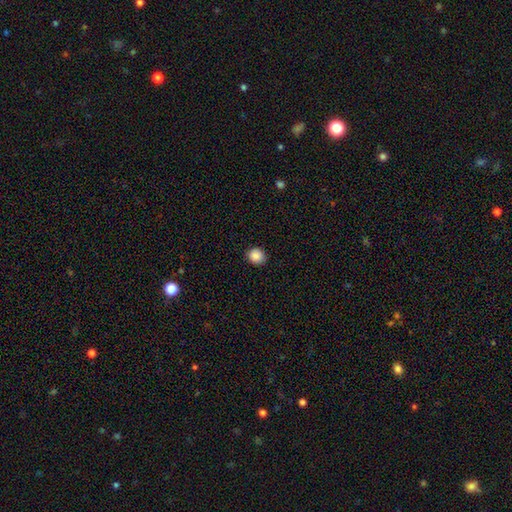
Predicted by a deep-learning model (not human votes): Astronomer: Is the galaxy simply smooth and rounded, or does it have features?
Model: smooth — 87%.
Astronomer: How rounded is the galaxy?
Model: round — 87%.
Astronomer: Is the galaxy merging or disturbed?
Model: none — 89%.